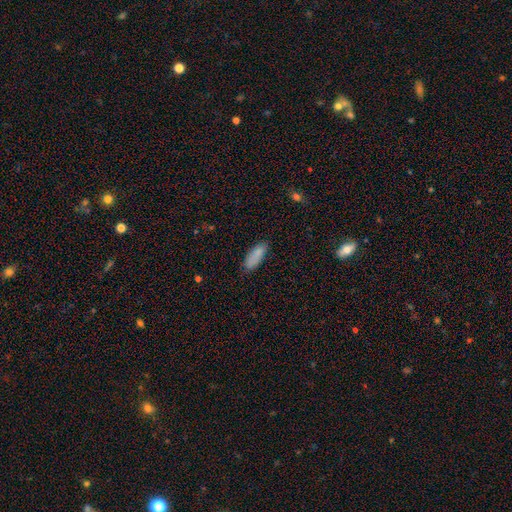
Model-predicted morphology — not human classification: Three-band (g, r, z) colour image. It shows a smooth galaxy with no disk features (87%) that is in between round and cigar-shaped (69%). Merging: none (81%).